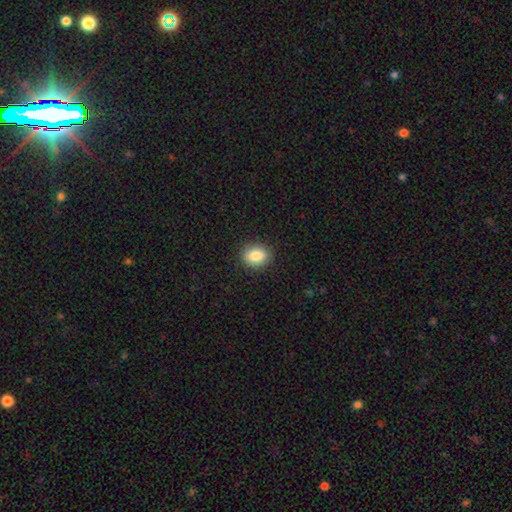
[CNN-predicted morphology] Smooth or featured? Predicted: smooth (p=0.84). How rounded? Predicted: in between (p=0.60). Merging? Predicted: none (p=0.88).